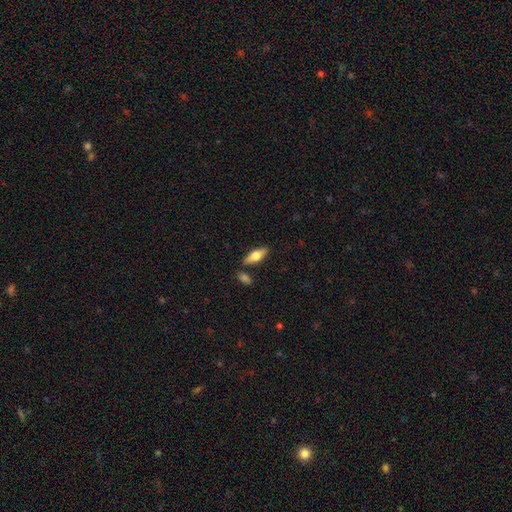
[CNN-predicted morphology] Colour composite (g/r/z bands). It shows a smooth galaxy with no disk features (63%) that is in between round and cigar-shaped (72%). Merging: none (80%).